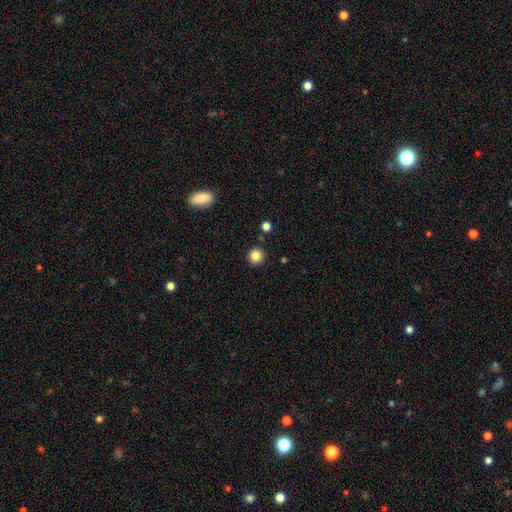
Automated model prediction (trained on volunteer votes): The model was most divided on "smooth or featured": smooth: 84%, star or artifact: 11%, featured or disk: 5%. More confident: how rounded — round (93%); merging — none (90%).